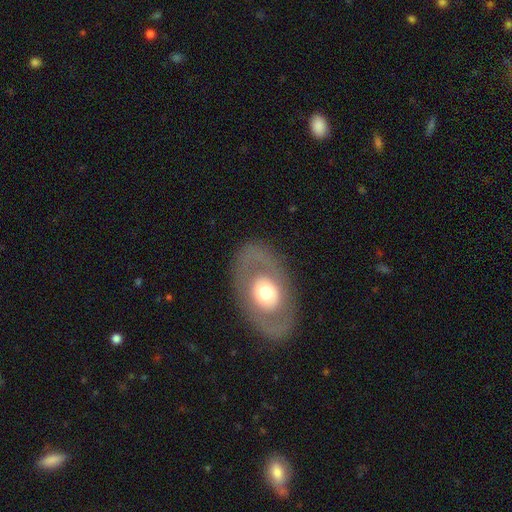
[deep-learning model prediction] Smooth or featured? Predicted: featured or disk (p=0.61). Edge-on disk? Predicted: no (p=0.91). Bar? Predicted: no (p=0.85). Spiral arms? Predicted: no (p=0.75). Bulge size? Predicted: moderate (p=0.60). Merging? Predicted: none (p=0.84).